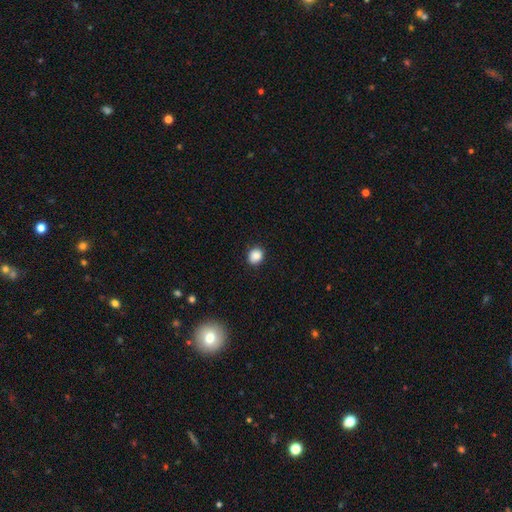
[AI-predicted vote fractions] A smooth galaxy with no disk features (88%) that is round (72%). Merging: none (90%).